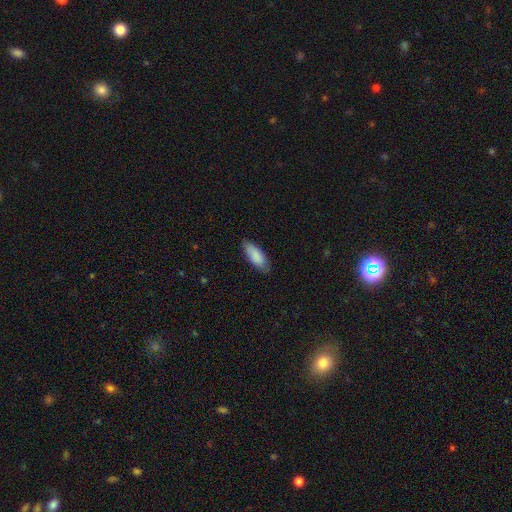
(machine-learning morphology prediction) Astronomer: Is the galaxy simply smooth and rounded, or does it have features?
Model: smooth — 86%.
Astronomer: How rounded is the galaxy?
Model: in between — 78%.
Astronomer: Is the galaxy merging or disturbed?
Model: none — 79%.